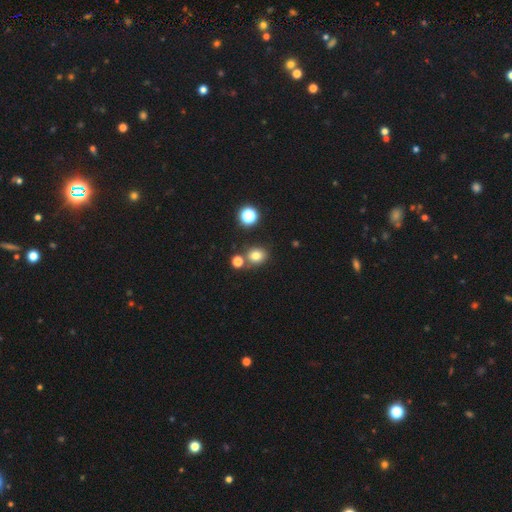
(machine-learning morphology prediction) The model was most divided on "how rounded": round: 66%, in between: 33%, cigar-shaped: 1%. More confident: smooth or featured — smooth (77%); merging — none (71%).